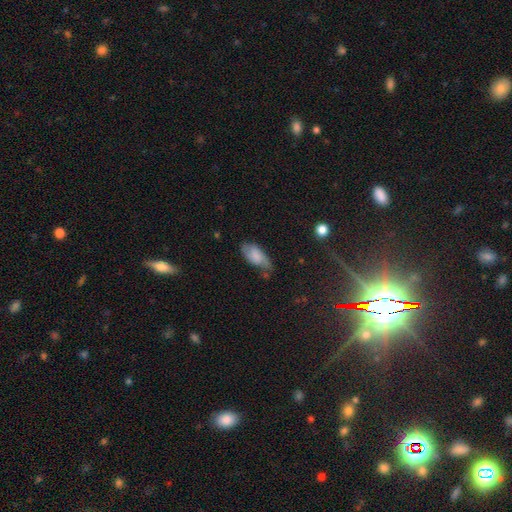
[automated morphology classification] This appears to be a smooth galaxy with no disk features (60%) that is in between round and cigar-shaped (88%). Merging: none (53%).